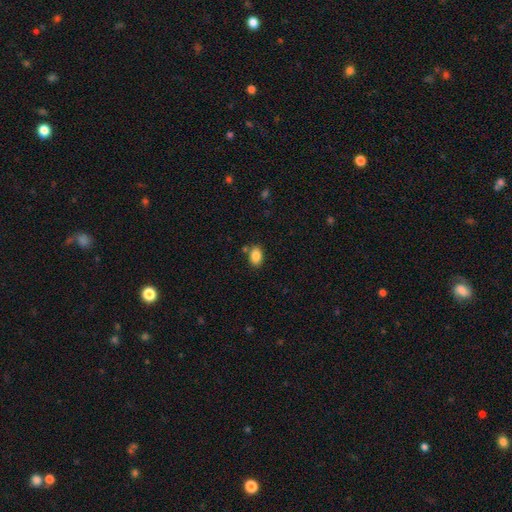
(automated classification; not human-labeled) smooth-or-featured: smooth: 86% | star or artifact: 8% | featured or disk: 6%
  how-rounded: in between: 83% | round: 15% | cigar-shaped: 1%
  merging: none: 77% | minor disturbance: 12% | merger: 8% | major disturbance: 3%